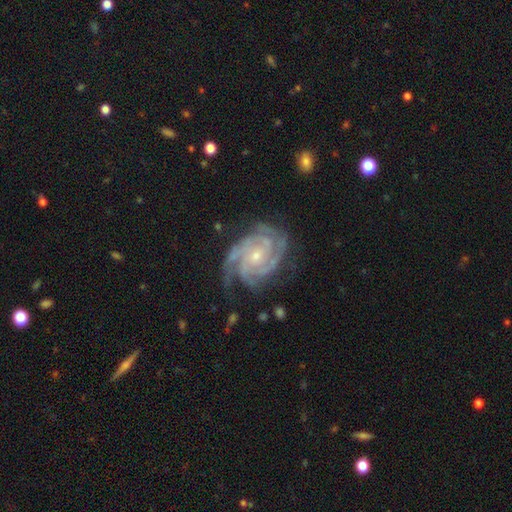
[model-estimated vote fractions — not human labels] Morphology: type=featured or disk (92%); edge-on=no (98%); bar=no (66%); spiral arms=yes (99%); winding=tight (70%); arm count=3 (39%); bulge=small (67%); merging=none (72%).